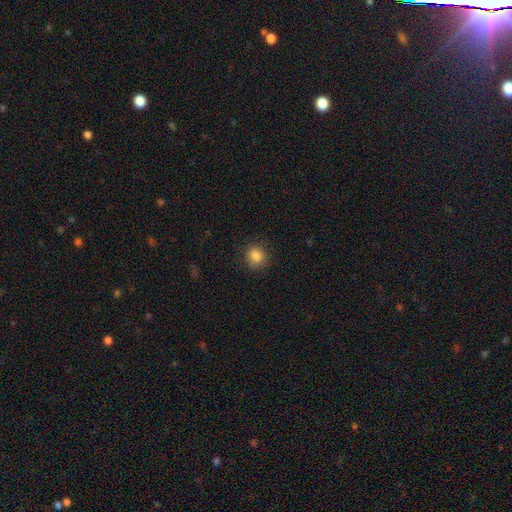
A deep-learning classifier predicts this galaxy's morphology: Q: Smooth or featured?
A: smooth (85%); runner-up: star or artifact (11%)
Q: How rounded?
A: round (82%); runner-up: in between (17%)
Q: Merging?
A: none (87%); runner-up: minor disturbance (9%)